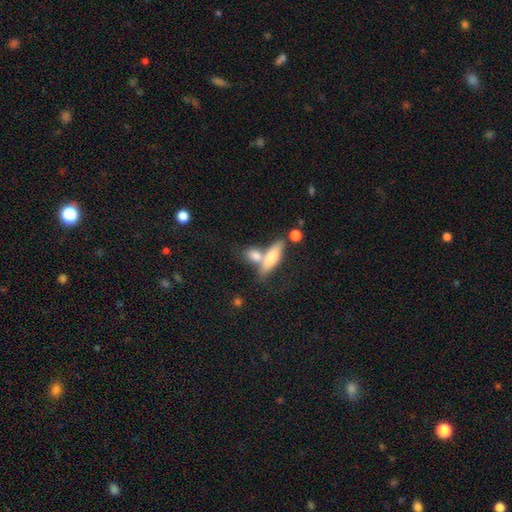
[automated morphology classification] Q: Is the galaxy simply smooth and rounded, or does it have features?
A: smooth — 77%.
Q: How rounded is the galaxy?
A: in between — 57%.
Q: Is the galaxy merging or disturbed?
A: merger — 45%.